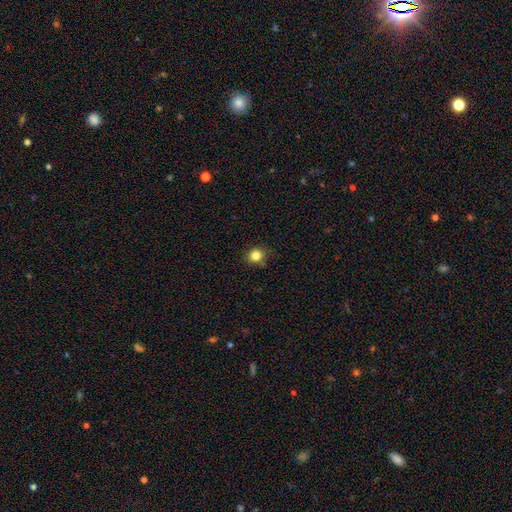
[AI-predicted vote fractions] Morphology: type=smooth (83%); roundness=round (87%); merging=none (84%).